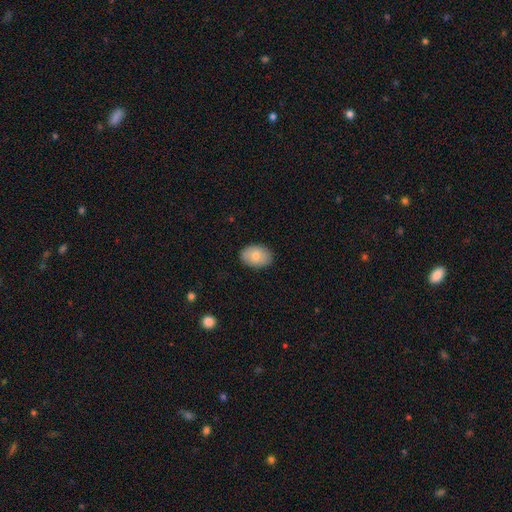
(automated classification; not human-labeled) This is likely a smooth galaxy (79%). How rounded: clearly in between (83%). Merging: clearly none (88%).